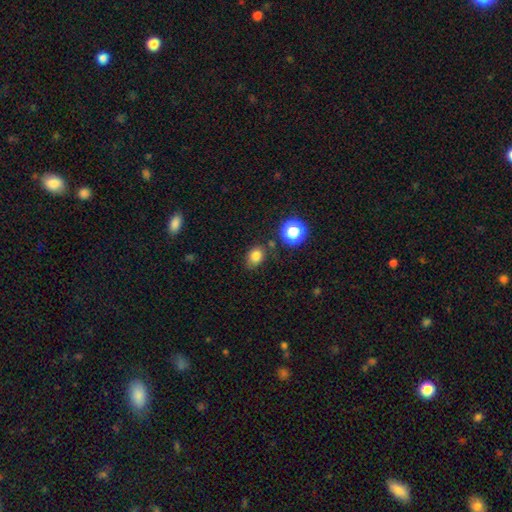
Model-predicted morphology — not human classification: Smooth or featured: smooth — 80% (star or artifact — 14%)
How rounded: in between — 58% (round — 41%)
Merging: none — 73% (minor disturbance — 18%)